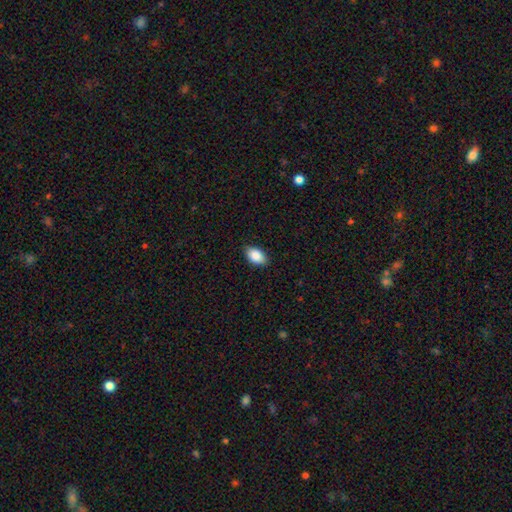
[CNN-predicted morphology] Q: Smooth or featured?
A: smooth (88%); runner-up: star or artifact (7%)
Q: How rounded?
A: in between (91%); runner-up: round (8%)
Q: Merging?
A: none (87%); runner-up: minor disturbance (10%)